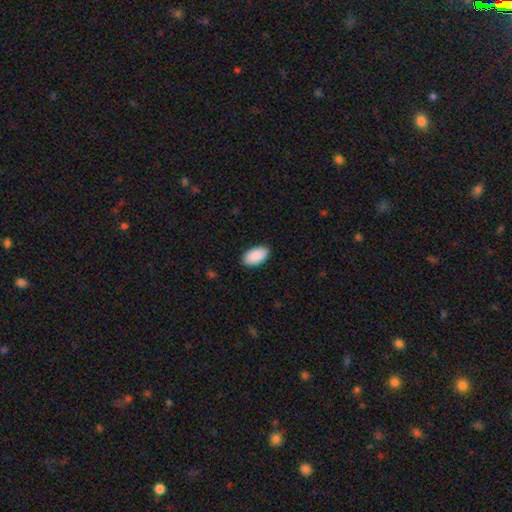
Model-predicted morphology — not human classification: smooth-or-featured: smooth: 91% | star or artifact: 6% | featured or disk: 3%
  how-rounded: in between: 96% | round: 3% | cigar-shaped: 1%
  merging: none: 88% | minor disturbance: 9% | major disturbance: 2% | merger: 1%